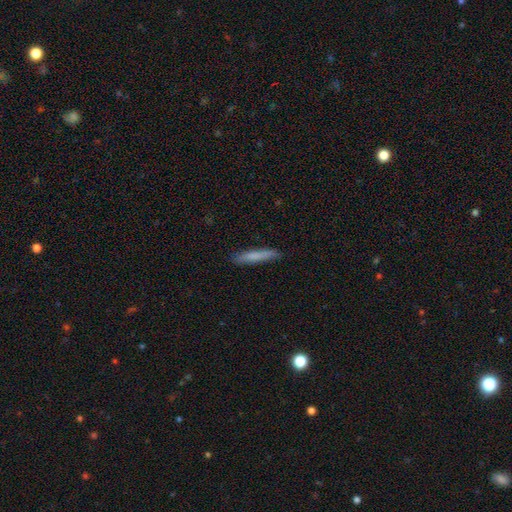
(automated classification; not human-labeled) smooth_or_featured: smooth (p=0.74) [alt: featured or disk p=0.20]
how_rounded: cigar-shaped (p=0.94) [alt: in between p=0.05]
merging: none (p=0.87) [alt: minor disturbance p=0.10]